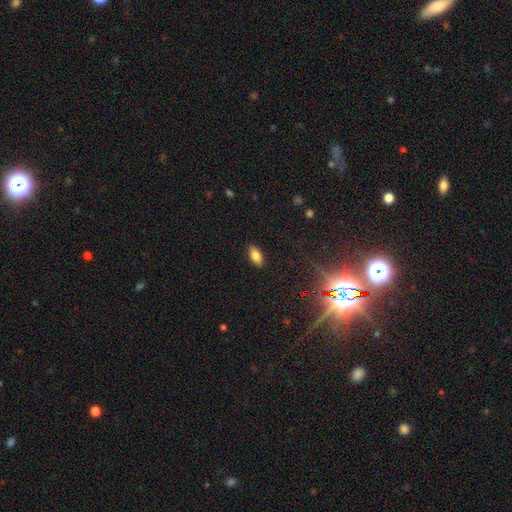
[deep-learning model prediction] Smooth or featured? Predicted: smooth (p=0.79). How rounded? Predicted: in between (p=0.89). Merging? Predicted: none (p=0.89).